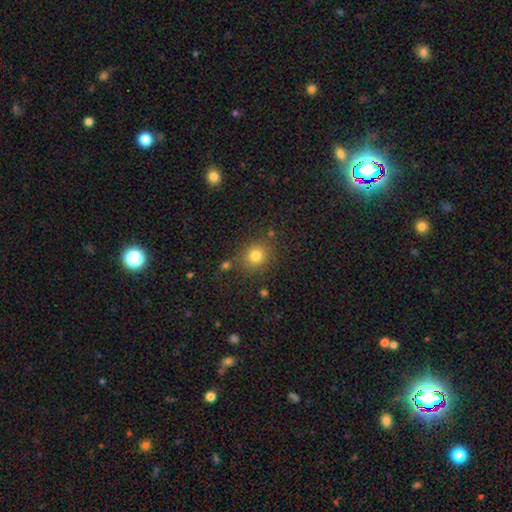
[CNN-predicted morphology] smooth_or_featured: smooth (p=0.79) [alt: star or artifact p=0.14]
how_rounded: round (p=0.81) [alt: in between p=0.18]
merging: none (p=0.80) [alt: minor disturbance p=0.11]